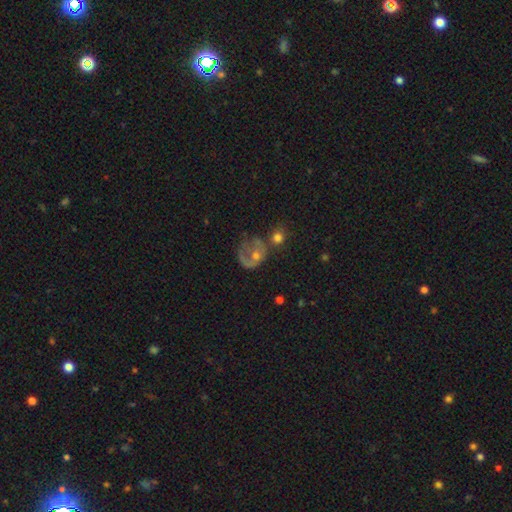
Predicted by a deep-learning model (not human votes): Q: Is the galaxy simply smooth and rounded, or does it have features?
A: featured or disk — 50%.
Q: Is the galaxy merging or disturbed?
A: major disturbance — 31%.